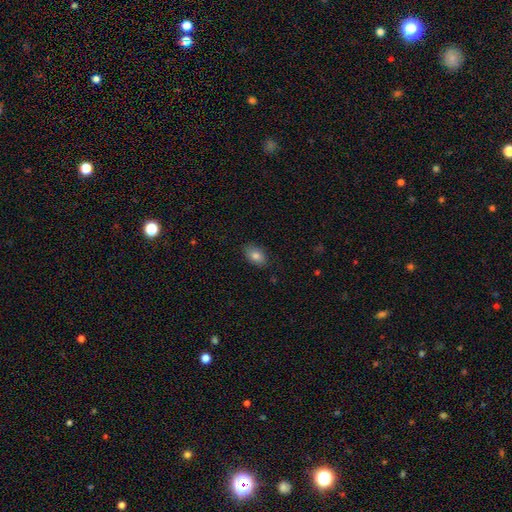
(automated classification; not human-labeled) smooth_or_featured: smooth (p=0.82) [alt: featured or disk p=0.10]
how_rounded: in between (p=0.88) [alt: round p=0.11]
merging: none (p=0.85) [alt: minor disturbance p=0.11]